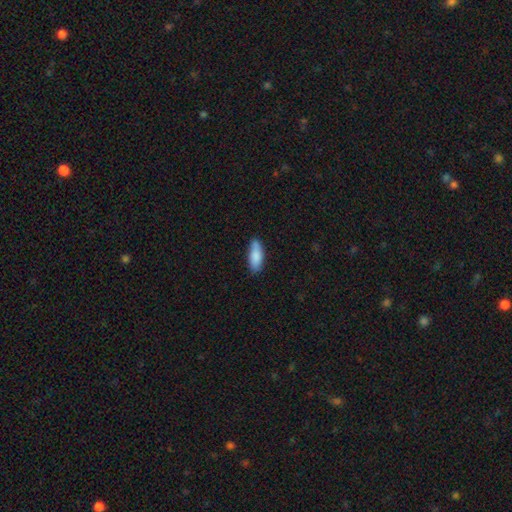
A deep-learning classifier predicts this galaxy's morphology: smooth 85%, featured or disk 9%, star or artifact 6%. Down the decision tree: how rounded — in between (72%); merging — none (74%).